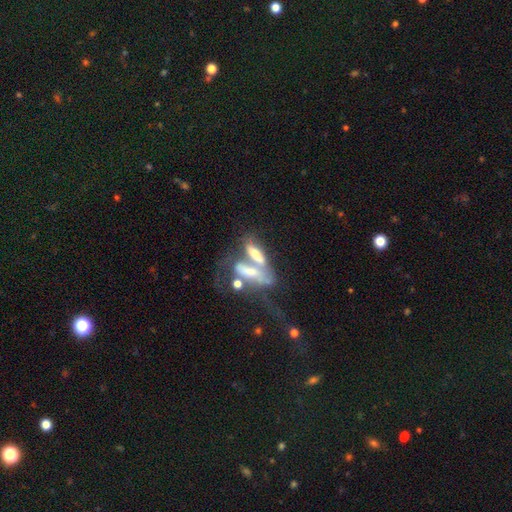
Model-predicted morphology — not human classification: Smooth or featured?
  - featured or disk: 49% *
  - smooth: 40%
  - star or artifact: 11%
Merging?
  - merger: 66% *
  - major disturbance: 14%
  - none: 13%
  - minor disturbance: 7%